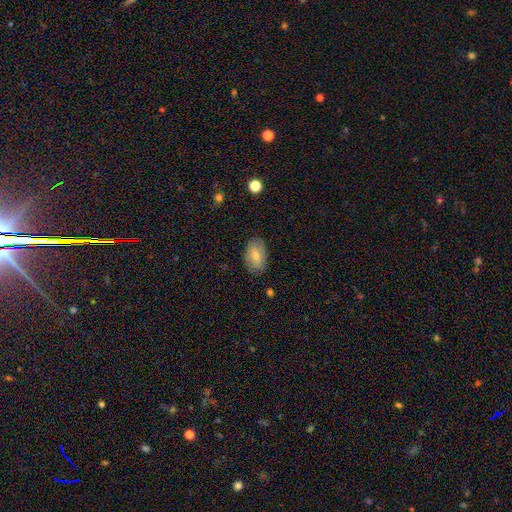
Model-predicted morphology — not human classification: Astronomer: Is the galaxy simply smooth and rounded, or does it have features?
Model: smooth — 76%.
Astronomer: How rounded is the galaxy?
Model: in between — 90%.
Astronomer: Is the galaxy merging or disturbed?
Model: none — 83%.